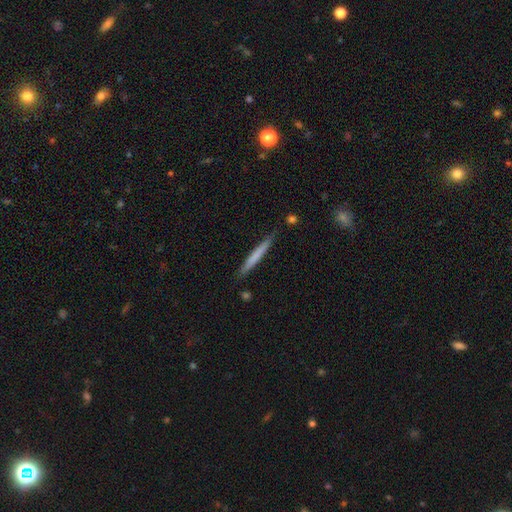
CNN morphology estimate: smooth_or_featured: smooth (p=0.64) [alt: featured or disk p=0.31]
how_rounded: cigar-shaped (p=0.97) [alt: in between p=0.02]
merging: none (p=0.86) [alt: minor disturbance p=0.11]